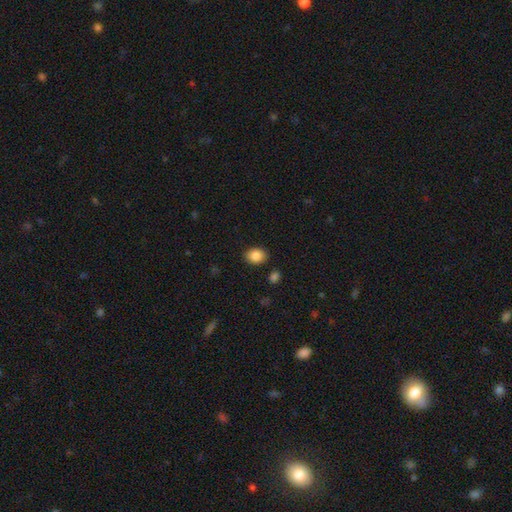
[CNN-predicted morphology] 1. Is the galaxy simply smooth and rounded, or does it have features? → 86% smooth, 9% star or artifact, 5% featured or disk.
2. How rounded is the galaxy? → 53% in between, 46% round, 1% cigar-shaped.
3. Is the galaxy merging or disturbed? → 86% none, 9% minor disturbance, 2% major disturbance, 2% merger.